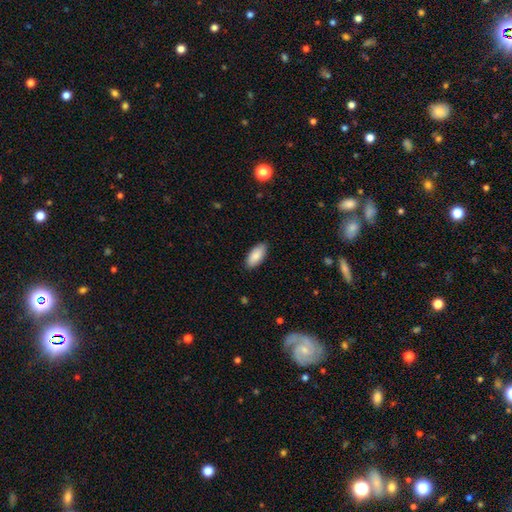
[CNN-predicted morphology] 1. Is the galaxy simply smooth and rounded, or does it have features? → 87% smooth, 7% featured or disk, 6% star or artifact.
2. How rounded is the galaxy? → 91% in between, 8% cigar-shaped, 2% round.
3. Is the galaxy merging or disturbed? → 87% none, 10% minor disturbance, 2% major disturbance, 1% merger.